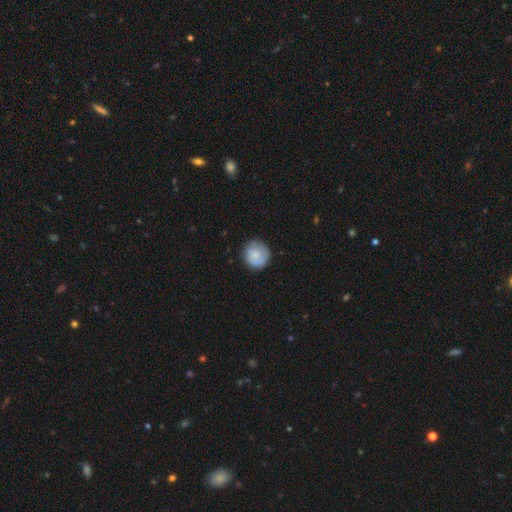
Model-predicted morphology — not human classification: smooth-or-featured: smooth: 81% | featured or disk: 12% | star or artifact: 7%
  how-rounded: round: 91% | in between: 8% | cigar-shaped: 1%
  merging: none: 82% | minor disturbance: 14% | major disturbance: 3% | merger: 1%